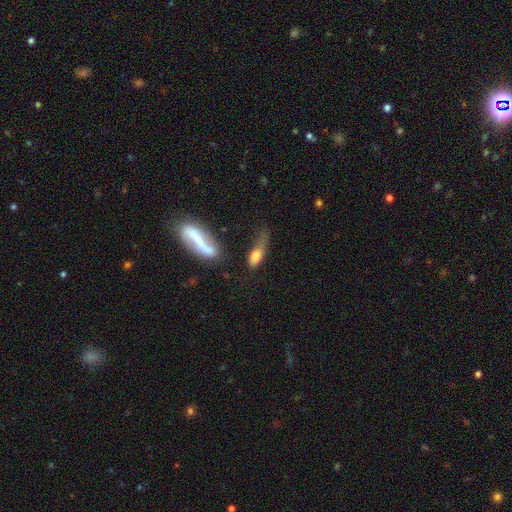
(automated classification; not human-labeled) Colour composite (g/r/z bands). It shows a smooth galaxy with no disk features (71%) that is in between round and cigar-shaped (60%). Merging: major disturbance (30%, tied with minor disturbance).